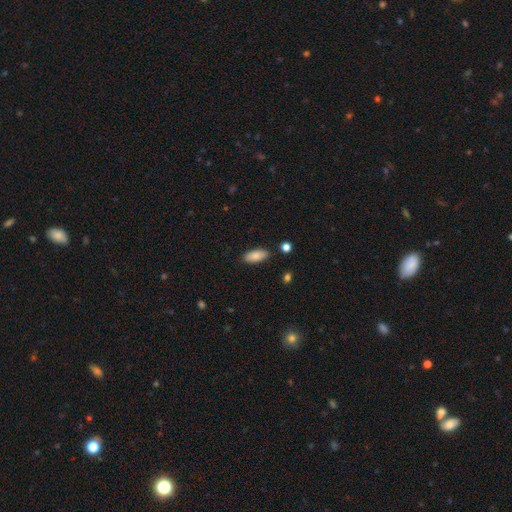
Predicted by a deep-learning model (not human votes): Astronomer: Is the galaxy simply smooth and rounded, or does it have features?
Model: smooth — 85%.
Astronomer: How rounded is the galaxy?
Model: in between — 87%.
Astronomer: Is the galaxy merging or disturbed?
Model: none — 86%.